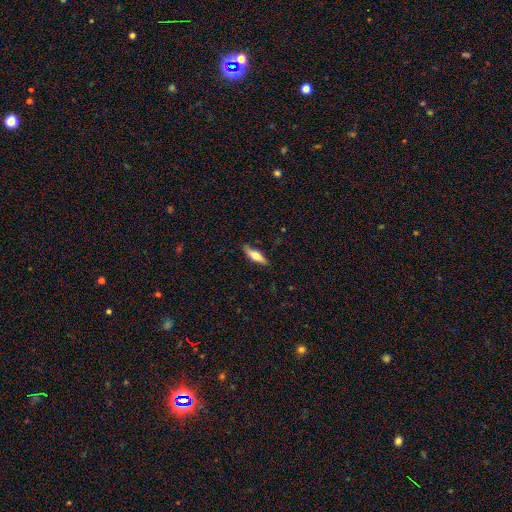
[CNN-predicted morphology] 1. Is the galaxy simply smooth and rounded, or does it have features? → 56% smooth, 38% featured or disk, 6% star or artifact.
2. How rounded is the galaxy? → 60% cigar-shaped, 38% in between, 2% round.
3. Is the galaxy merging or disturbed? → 80% none, 15% minor disturbance, 3% major disturbance, 1% merger.